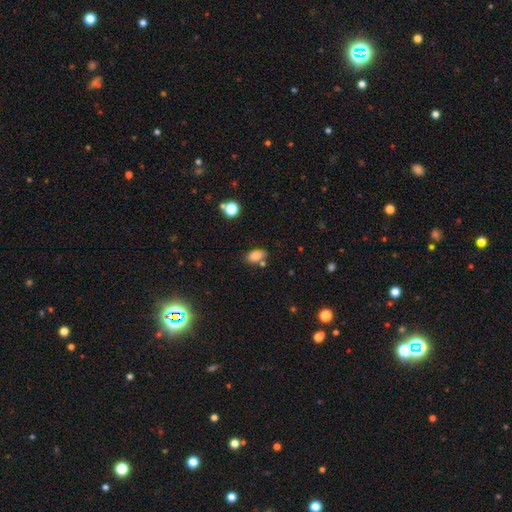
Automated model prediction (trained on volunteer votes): smooth-or-featured: smooth: 81% | star or artifact: 11% | featured or disk: 8%
  how-rounded: in between: 86% | round: 10% | cigar-shaped: 3%
  merging: none: 60% | minor disturbance: 21% | merger: 14% | major disturbance: 5%